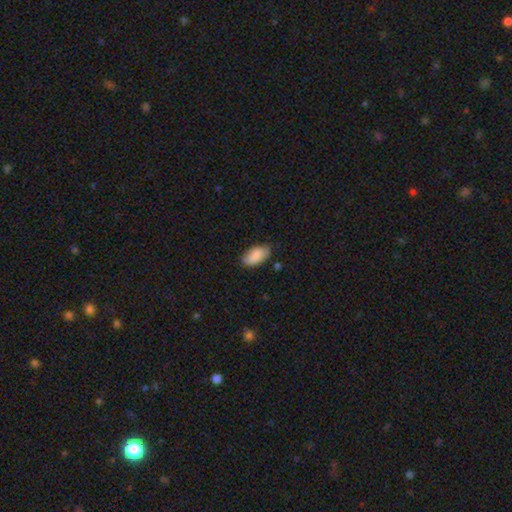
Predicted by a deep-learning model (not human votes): A smooth galaxy with no disk features (88%) that is in between round and cigar-shaped (94%).

Vote fractions:
- Smooth or featured? smooth: 88% / star or artifact: 6% / featured or disk: 6%
- How rounded? in between: 94% / cigar-shaped: 3% / round: 3%
- Merging? none: 72% / minor disturbance: 22% / major disturbance: 4% / merger: 2%